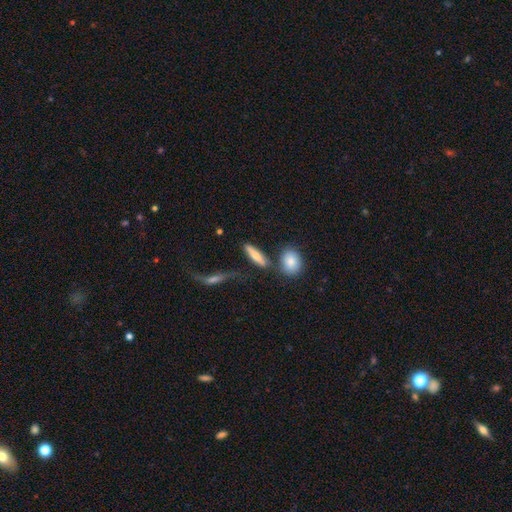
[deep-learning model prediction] This appears to be a smooth galaxy with no disk features (64%) that is cigar-shaped (58%). Merging: none (64%).